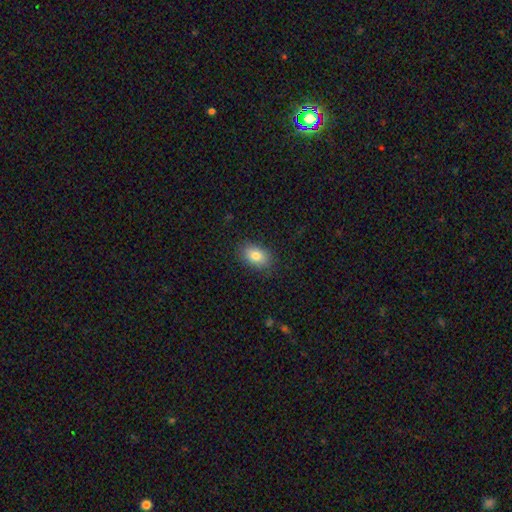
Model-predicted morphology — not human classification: smooth-or-featured: smooth: 82% | featured or disk: 9% | star or artifact: 8%
  how-rounded: in between: 86% | round: 12% | cigar-shaped: 1%
  merging: none: 87% | minor disturbance: 10% | major disturbance: 3% | merger: 1%